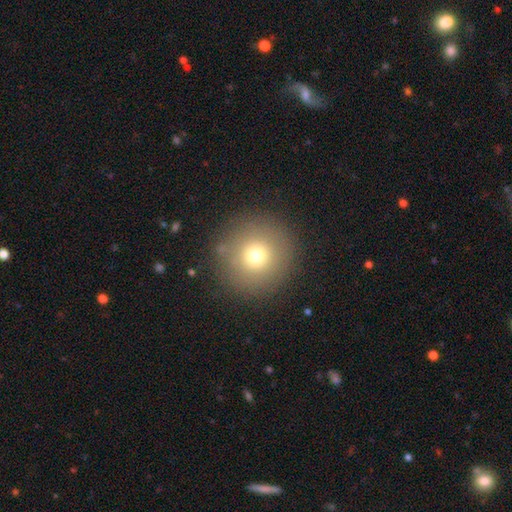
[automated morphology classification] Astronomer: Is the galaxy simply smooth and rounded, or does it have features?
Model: smooth — 72%.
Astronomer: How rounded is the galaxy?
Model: round — 96%.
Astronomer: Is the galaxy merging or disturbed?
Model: none — 88%.